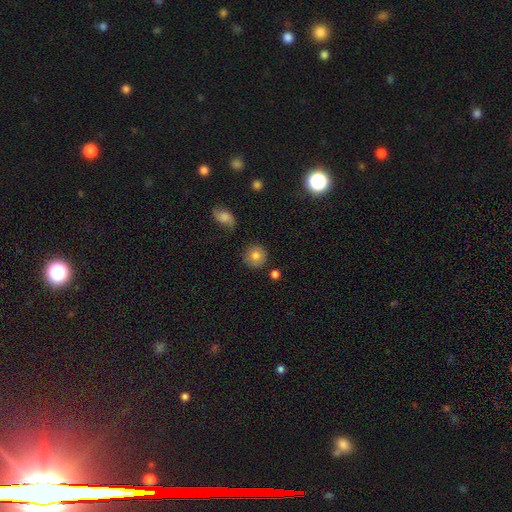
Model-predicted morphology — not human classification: This appears to be a smooth galaxy with no disk features (80%) that is round (91%). Merging: none (85%).